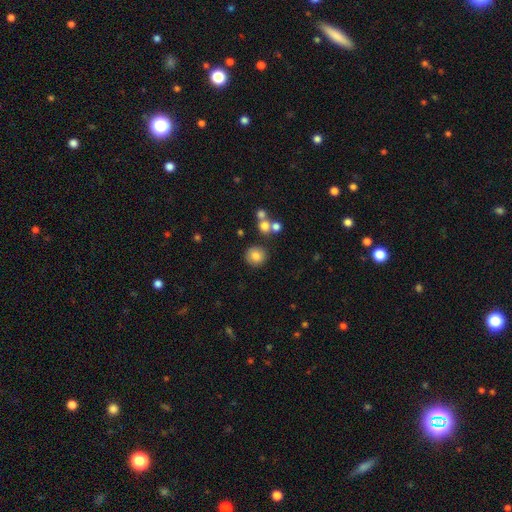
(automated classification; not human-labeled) A smooth galaxy with no disk features (80%) that is round (91%). Merging: none (82%).